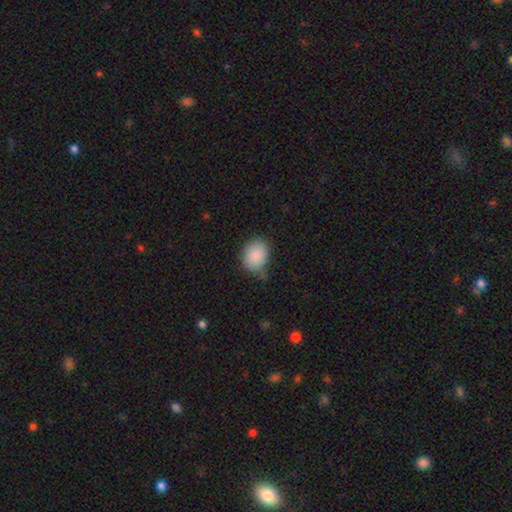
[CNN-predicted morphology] Q: Smooth or featured?
A: smooth (87%); runner-up: star or artifact (7%)
Q: How rounded?
A: round (50%); runner-up: in between (49%)
Q: Merging?
A: none (64%); runner-up: minor disturbance (27%)